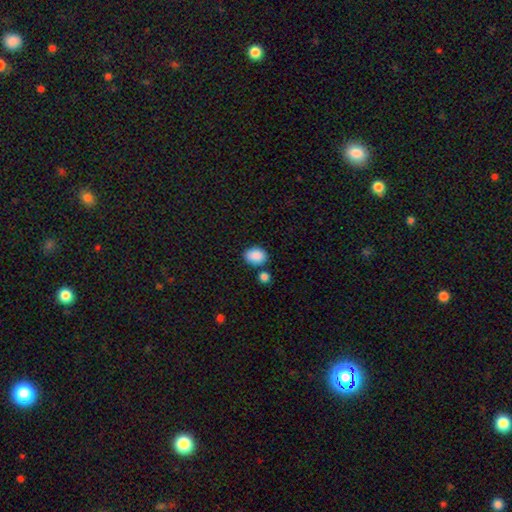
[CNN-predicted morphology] Smooth or featured: smooth — 89% (star or artifact — 8%)
How rounded: in between — 74% (round — 25%)
Merging: none — 77% (minor disturbance — 12%)